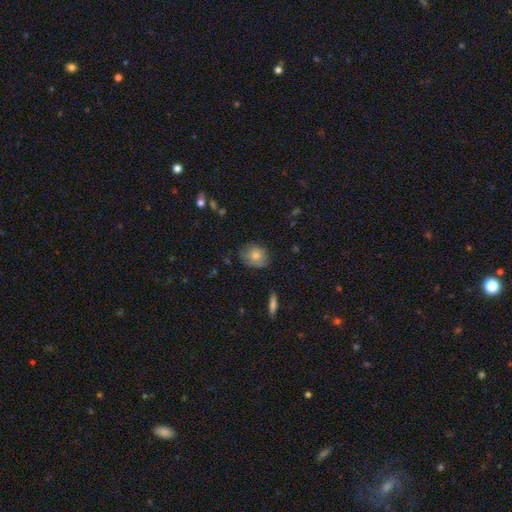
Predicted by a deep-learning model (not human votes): Morphology: type=smooth (75%); roundness=round (60%); merging=none (70%).